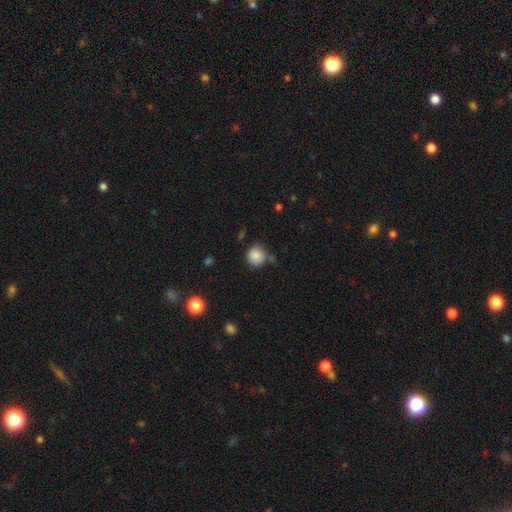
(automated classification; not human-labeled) Q: Smooth or featured?
A: smooth (85%); runner-up: star or artifact (9%)
Q: How rounded?
A: round (92%); runner-up: in between (7%)
Q: Merging?
A: none (74%); runner-up: minor disturbance (15%)